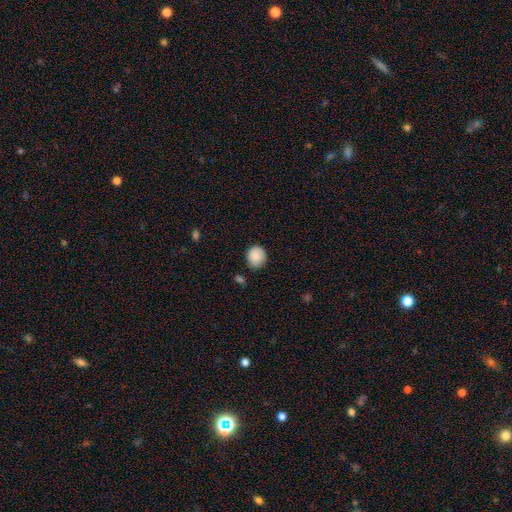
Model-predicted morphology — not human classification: Smooth or featured: smooth — 88% (star or artifact — 8%)
How rounded: round — 82% (in between — 17%)
Merging: none — 83% (minor disturbance — 12%)